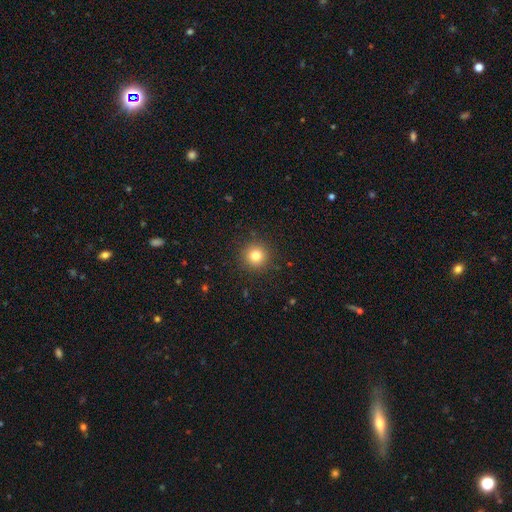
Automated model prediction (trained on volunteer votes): A smooth galaxy with no disk features (81%) that is round (95%). Merging: none (91%).